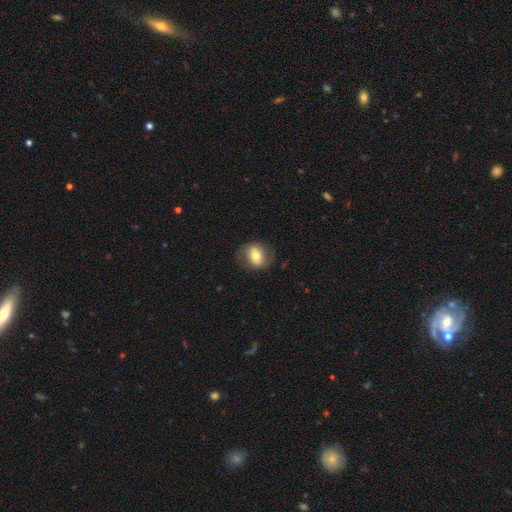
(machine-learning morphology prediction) The model was most divided on "how rounded": in between: 51%, round: 47%, cigar-shaped: 2%. More confident: merging — none (78%); smooth or featured — smooth (58%).